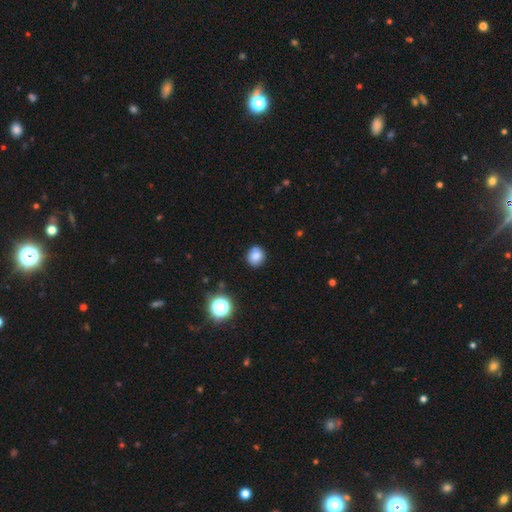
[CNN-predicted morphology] Smooth or featured: smooth — 81% (star or artifact — 12%)
How rounded: round — 78% (in between — 21%)
Merging: none — 86% (minor disturbance — 10%)